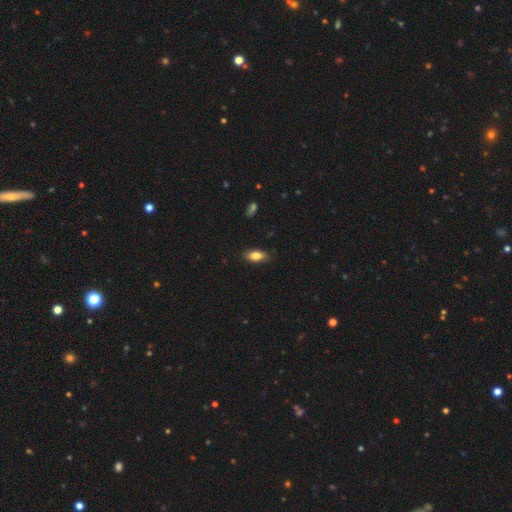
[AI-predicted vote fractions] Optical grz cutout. It shows a smooth galaxy with no disk features (81%) that is in between round and cigar-shaped (87%). Merging: none (85%).